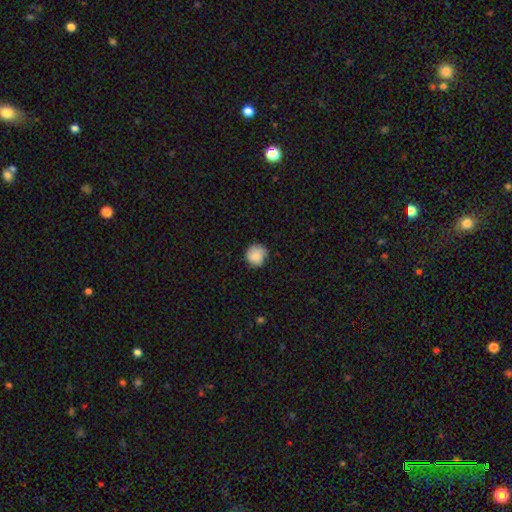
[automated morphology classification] smooth_or_featured: smooth (p=0.83) [alt: featured or disk p=0.10]
how_rounded: round (p=0.91) [alt: in between p=0.08]
merging: none (p=0.75) [alt: minor disturbance p=0.20]